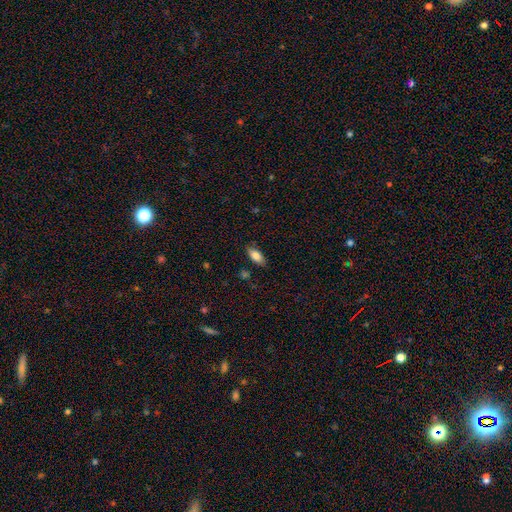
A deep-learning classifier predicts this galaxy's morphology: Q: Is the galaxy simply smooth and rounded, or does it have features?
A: smooth — 81%.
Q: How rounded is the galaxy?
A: in between — 86%.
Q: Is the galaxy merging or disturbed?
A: none — 84%.